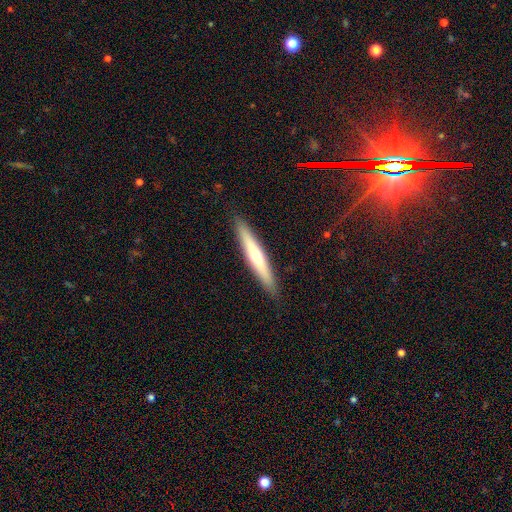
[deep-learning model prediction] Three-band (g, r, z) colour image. It shows a featured or disk galaxy (52%) viewed edge-on (92%). Merging: none (91%).